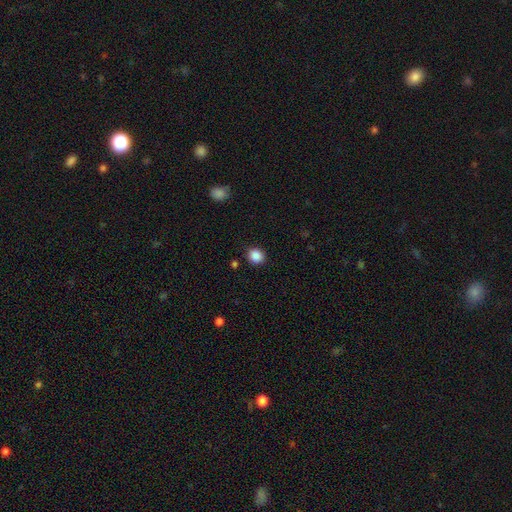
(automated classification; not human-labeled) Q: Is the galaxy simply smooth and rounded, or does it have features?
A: smooth — 87%.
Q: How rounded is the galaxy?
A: round — 79%.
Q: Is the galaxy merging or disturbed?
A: none — 88%.